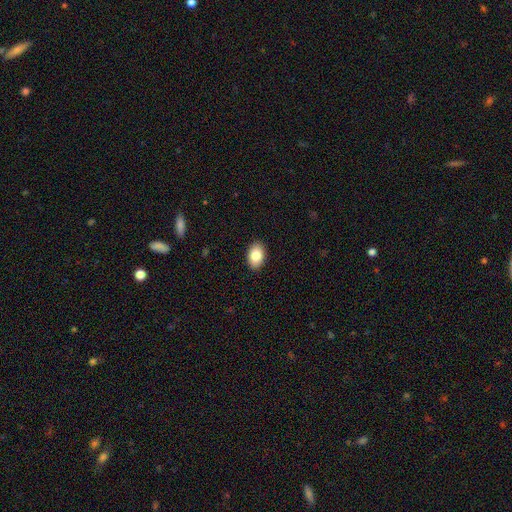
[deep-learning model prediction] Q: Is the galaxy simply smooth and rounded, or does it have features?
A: smooth — 84%.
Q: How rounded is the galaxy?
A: in between — 89%.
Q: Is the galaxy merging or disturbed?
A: none — 90%.